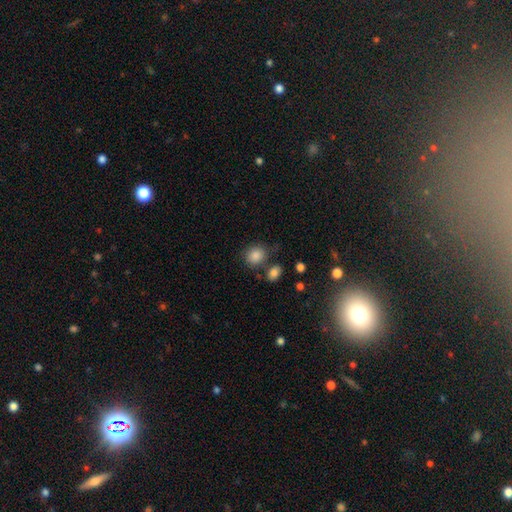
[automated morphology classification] Smooth or featured: smooth — 86% (star or artifact — 9%)
How rounded: round — 69% (in between — 30%)
Merging: none — 69% (minor disturbance — 15%)